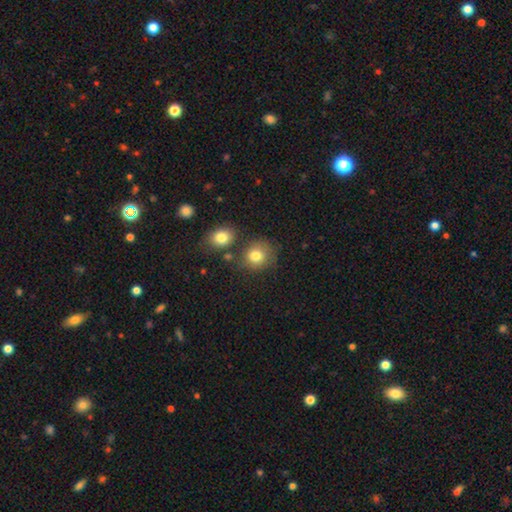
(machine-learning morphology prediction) smooth_or_featured: smooth (p=0.80) [alt: star or artifact p=0.11]
how_rounded: round (p=0.77) [alt: in between p=0.22]
merging: none (p=0.69) [alt: minor disturbance p=0.14]